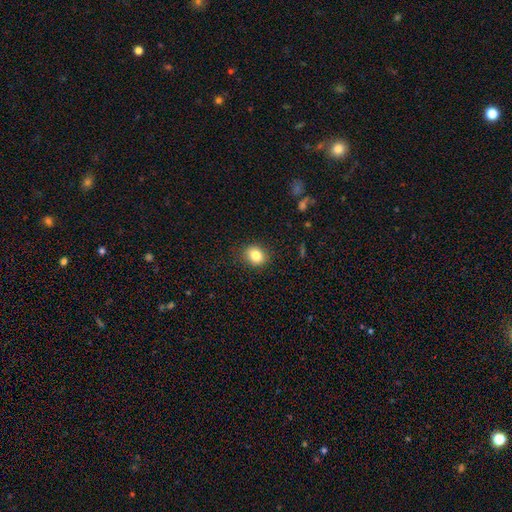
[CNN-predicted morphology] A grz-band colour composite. It shows a smooth galaxy with no disk features (83%) that is round (60%). Merging: none (87%).